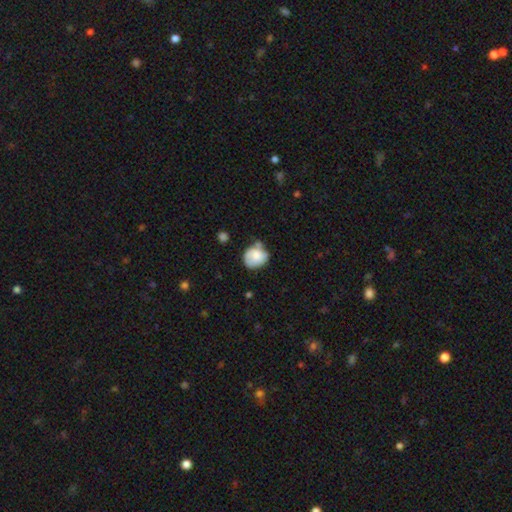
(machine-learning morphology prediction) A smooth galaxy with no disk features (71%) that is round (65%). Merging: none (47%).